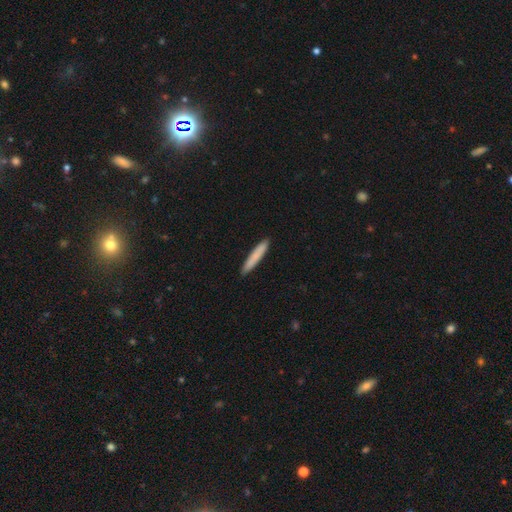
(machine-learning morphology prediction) smooth 81%, featured or disk 13%, star or artifact 6%. Down the decision tree: how rounded — cigar-shaped (94%); merging — none (91%).